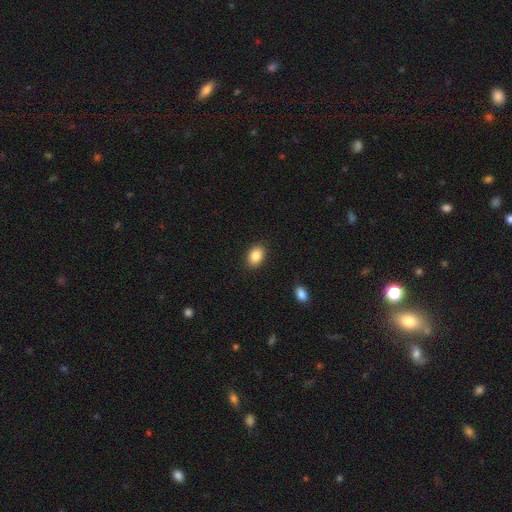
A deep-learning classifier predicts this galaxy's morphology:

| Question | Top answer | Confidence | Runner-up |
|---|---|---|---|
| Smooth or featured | smooth | 86% | star or artifact (8%) |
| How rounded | in between | 80% | round (19%) |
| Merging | none | 88% | minor disturbance (8%) |